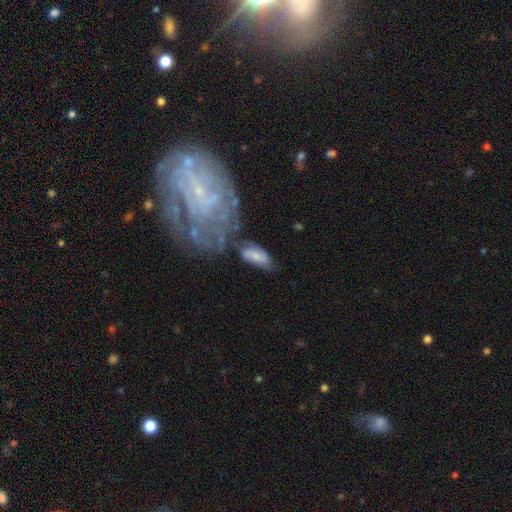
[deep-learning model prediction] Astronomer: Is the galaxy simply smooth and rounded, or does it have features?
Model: smooth — 50% (runner-up: featured or disk, 42%).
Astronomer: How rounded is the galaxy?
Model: in between — 85%.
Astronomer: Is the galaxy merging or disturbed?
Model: none — 48% (runner-up: minor disturbance, 24%).